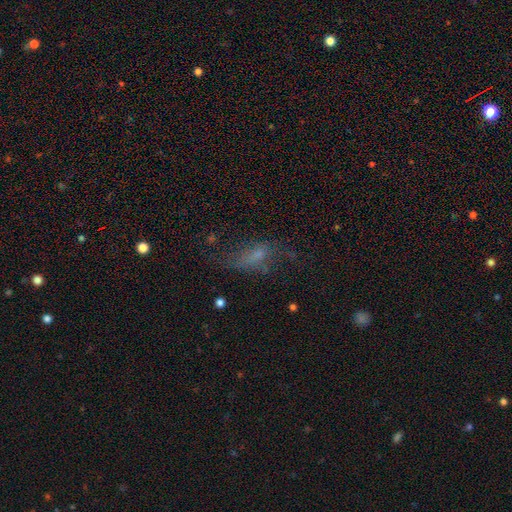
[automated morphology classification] This appears to be a smooth galaxy with no disk features (50%) that is in between round and cigar-shaped (73%). Merging: none (41%).